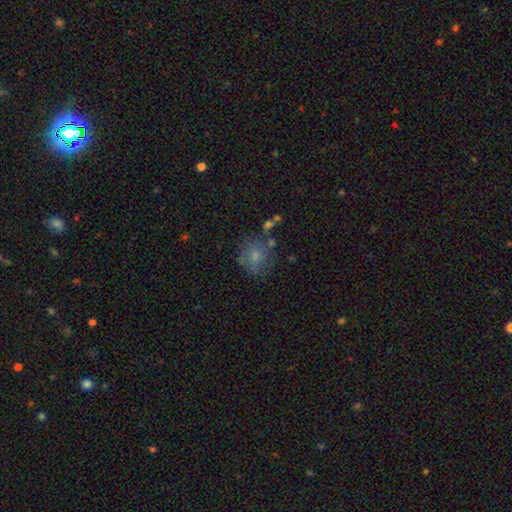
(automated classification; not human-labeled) Smooth or featured?
  - smooth: 59% *
  - featured or disk: 30%
  - star or artifact: 11%
How rounded?
  - round: 71% *
  - in between: 28%
  - cigar-shaped: 1%
Merging?
  - none: 55% *
  - minor disturbance: 23%
  - major disturbance: 15%
  - merger: 8%